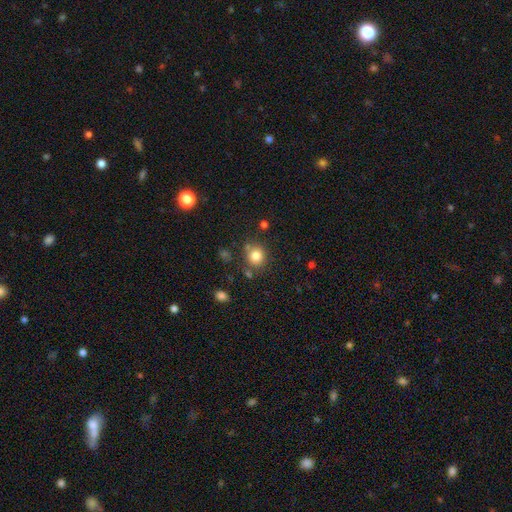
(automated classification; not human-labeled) Smooth or featured?
  - smooth: 82% *
  - star or artifact: 12%
  - featured or disk: 6%
How rounded?
  - round: 84% *
  - in between: 15%
  - cigar-shaped: 1%
Merging?
  - none: 75% *
  - minor disturbance: 12%
  - merger: 8%
  - major disturbance: 4%